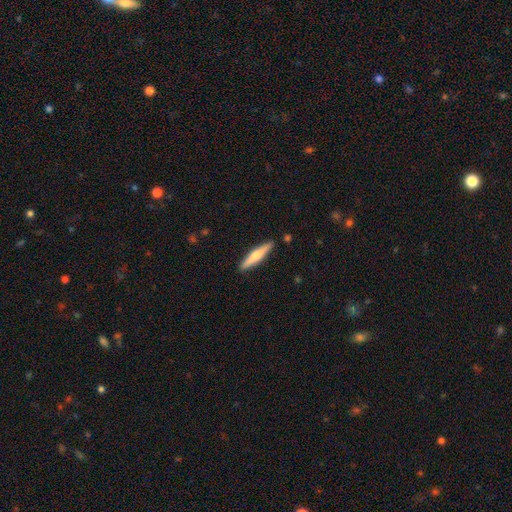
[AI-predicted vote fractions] Smooth or featured? Predicted: smooth (p=0.54). How rounded? Predicted: cigar-shaped (p=0.87). Merging? Predicted: none (p=0.89).